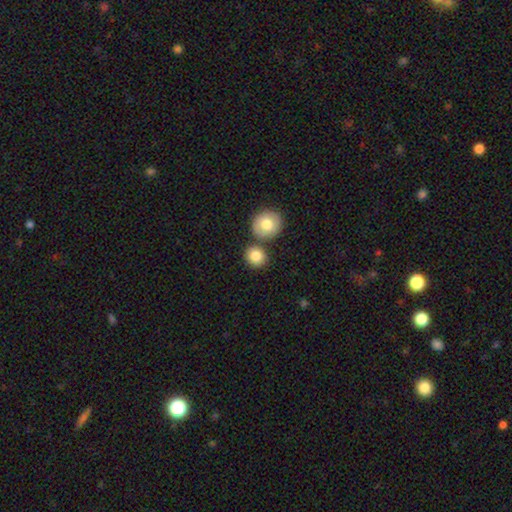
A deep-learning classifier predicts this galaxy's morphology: A smooth galaxy with no disk features (83%) that is round (84%).

Vote fractions:
- Smooth or featured? smooth: 83% / featured or disk: 9% / star or artifact: 8%
- How rounded? round: 84% / in between: 15% / cigar-shaped: 1%
- Merging? none: 71% / merger: 18% / minor disturbance: 9% / major disturbance: 3%